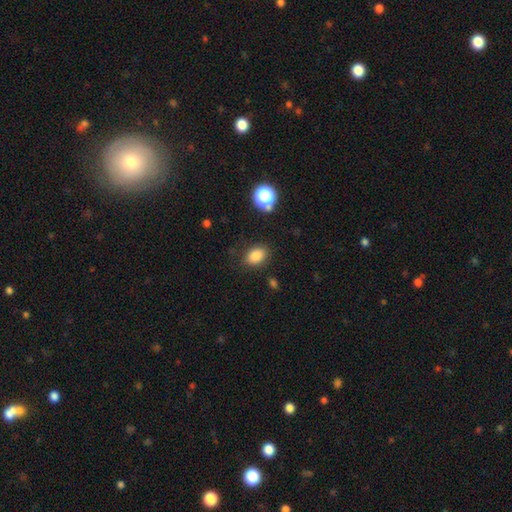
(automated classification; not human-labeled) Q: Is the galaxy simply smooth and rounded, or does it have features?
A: smooth — 84%.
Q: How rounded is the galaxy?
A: in between — 76%.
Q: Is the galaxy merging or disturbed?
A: none — 83%.